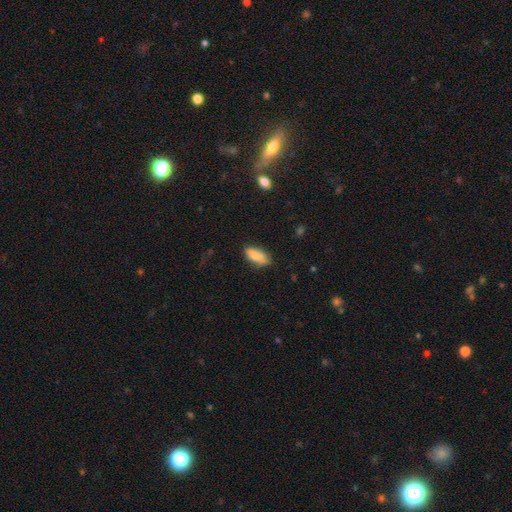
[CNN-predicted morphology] smooth 81%, featured or disk 12%, star or artifact 7%. Down the decision tree: how rounded — in between (89%); merging — none (69%).